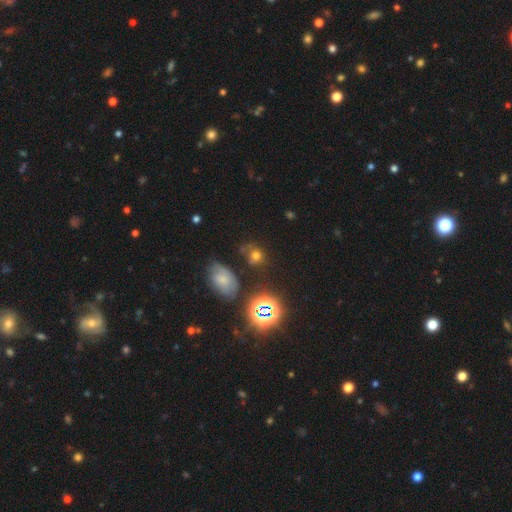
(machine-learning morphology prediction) Smooth or featured?
  - smooth: 59% *
  - star or artifact: 29%
  - featured or disk: 12%
How rounded?
  - round: 64% *
  - in between: 35%
  - cigar-shaped: 2%
Merging?
  - none: 57% *
  - minor disturbance: 21%
  - major disturbance: 12%
  - merger: 10%